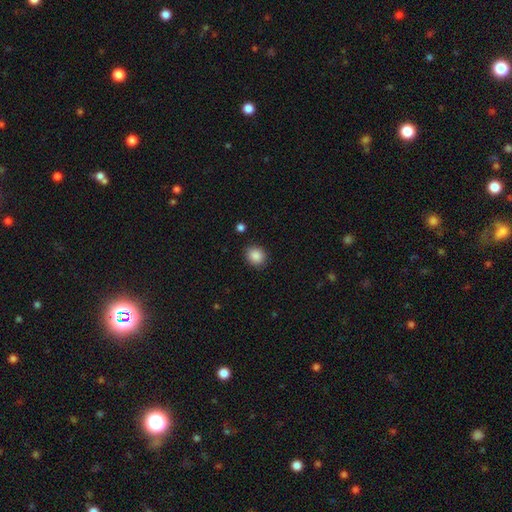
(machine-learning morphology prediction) smooth 88%, star or artifact 9%, featured or disk 3%. Down the decision tree: how rounded — round (72%); merging — none (87%).